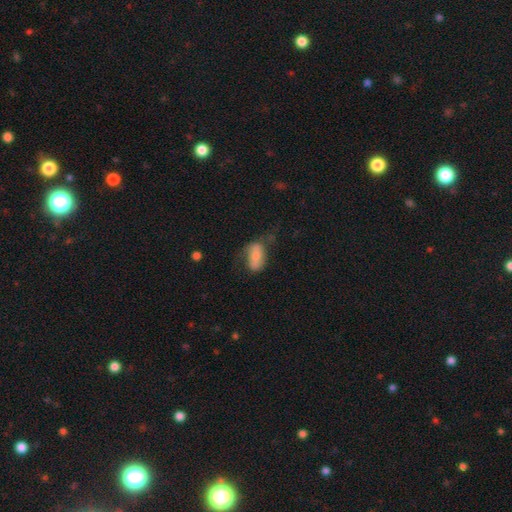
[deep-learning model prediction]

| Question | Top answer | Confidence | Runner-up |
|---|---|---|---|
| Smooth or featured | smooth | 68% | featured or disk (25%) |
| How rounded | in between | 89% | cigar-shaped (6%) |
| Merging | none | 42% | minor disturbance (31%) |